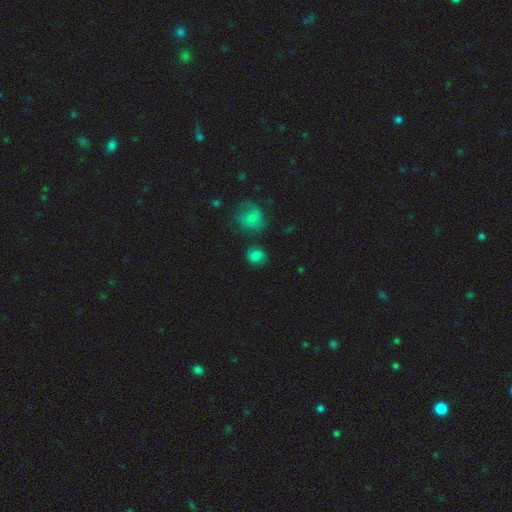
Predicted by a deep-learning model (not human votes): smooth_or_featured: smooth (p=0.78) [alt: star or artifact p=0.14]
how_rounded: round (p=0.66) [alt: in between p=0.33]
merging: none (p=0.69) [alt: minor disturbance p=0.17]